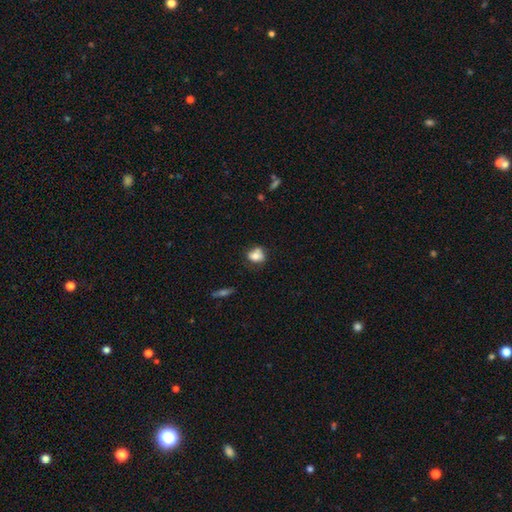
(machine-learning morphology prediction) smooth 73%, featured or disk 18%, star or artifact 10%. Down the decision tree: how rounded — round (53%); merging — none (48%).